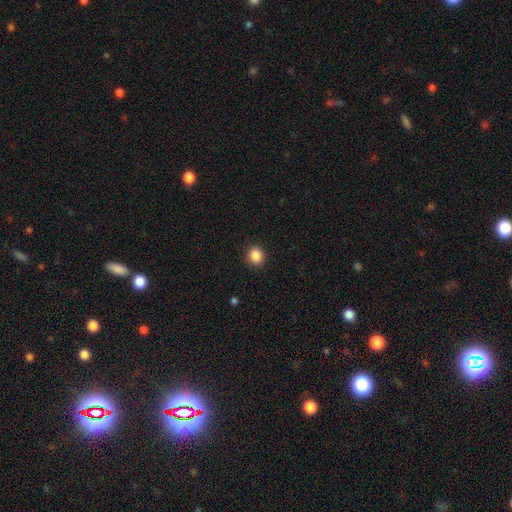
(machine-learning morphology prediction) Smooth or featured?
  - smooth: 86% *
  - star or artifact: 10%
  - featured or disk: 4%
How rounded?
  - round: 84% *
  - in between: 15%
  - cigar-shaped: 1%
Merging?
  - none: 91% *
  - minor disturbance: 6%
  - major disturbance: 2%
  - merger: 1%